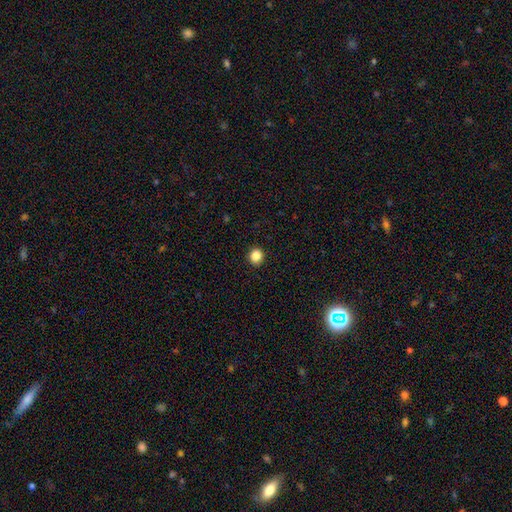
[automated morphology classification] Smooth or featured? smooth (86%)
How rounded? round (86%)
Merging? none (92%)